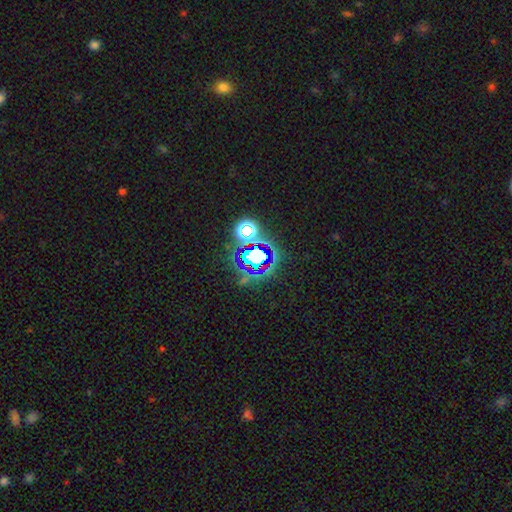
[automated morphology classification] A star or artifact, not a galaxy (70%).

Vote fractions:
- Smooth or featured? star or artifact: 70% / smooth: 18% / featured or disk: 13%